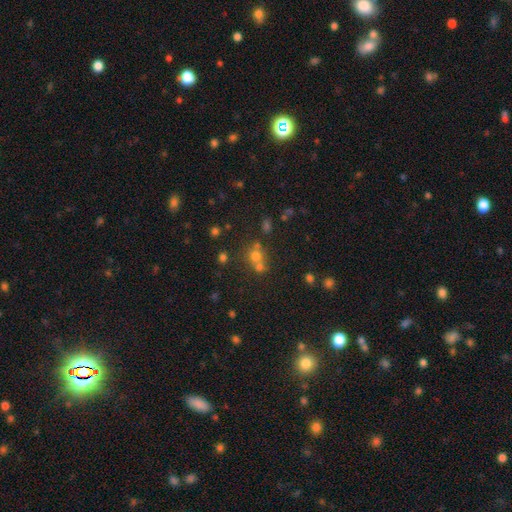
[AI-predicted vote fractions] smooth-or-featured: smooth: 62% | star or artifact: 25% | featured or disk: 14%
  how-rounded: round: 82% | in between: 17% | cigar-shaped: 1%
  merging: none: 48% | merger: 40% | minor disturbance: 8% | major disturbance: 4%